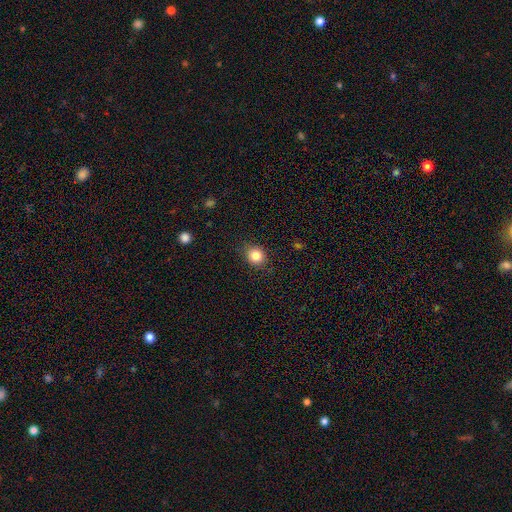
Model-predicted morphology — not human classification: This is clearly a smooth galaxy (83%). How rounded: clearly round (81%). Merging: clearly none (87%).